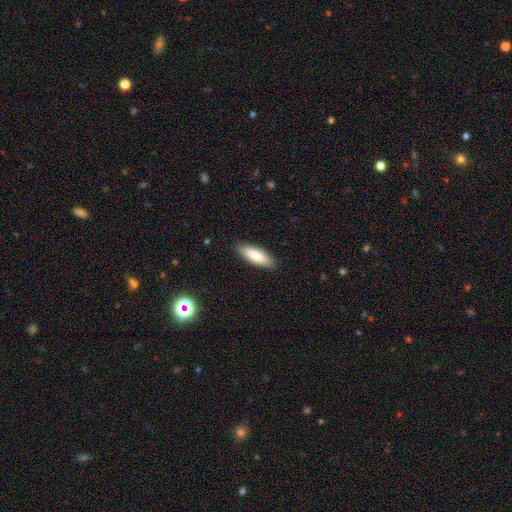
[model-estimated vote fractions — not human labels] smooth-or-featured: smooth: 84% | featured or disk: 10% | star or artifact: 6%
  how-rounded: in between: 57% | cigar-shaped: 41% | round: 2%
  merging: none: 89% | minor disturbance: 8% | major disturbance: 2% | merger: 1%